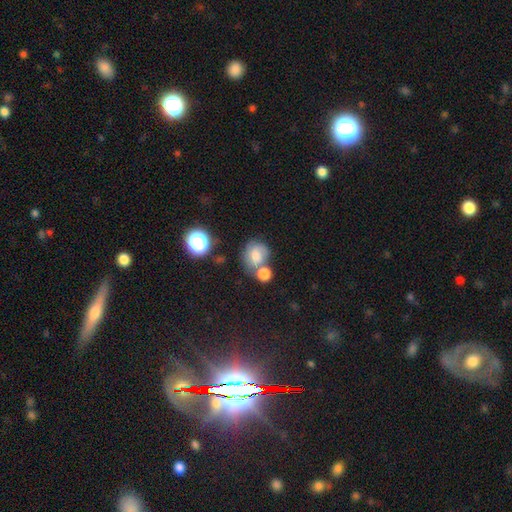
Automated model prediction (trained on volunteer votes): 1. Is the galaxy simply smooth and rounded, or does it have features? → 67% smooth, 21% featured or disk, 13% star or artifact.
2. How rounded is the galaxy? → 70% round, 29% in between, 1% cigar-shaped.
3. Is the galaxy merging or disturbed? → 43% none, 32% merger, 17% minor disturbance, 9% major disturbance.